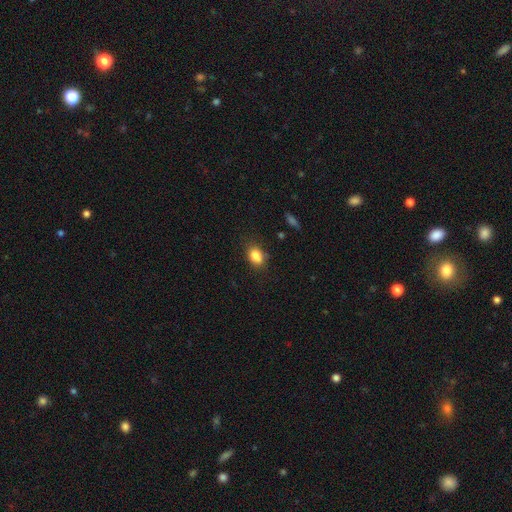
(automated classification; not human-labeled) Q: Smooth or featured?
A: smooth (84%); runner-up: star or artifact (9%)
Q: How rounded?
A: in between (77%); runner-up: round (22%)
Q: Merging?
A: none (76%); runner-up: minor disturbance (18%)